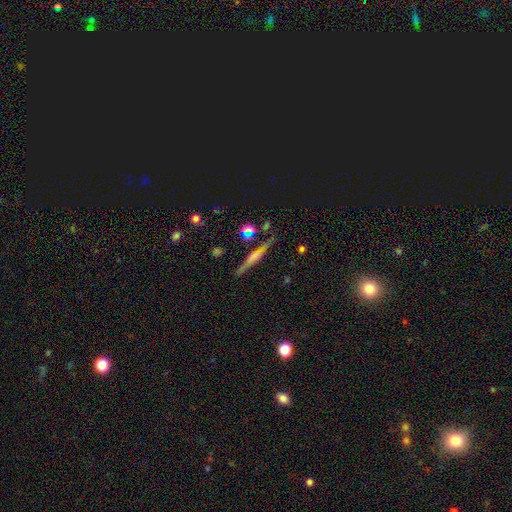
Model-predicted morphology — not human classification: This appears to be a featured or disk galaxy (67%) viewed edge-on (95%) with a rounded central bulge (59%). Merging: none (81%).